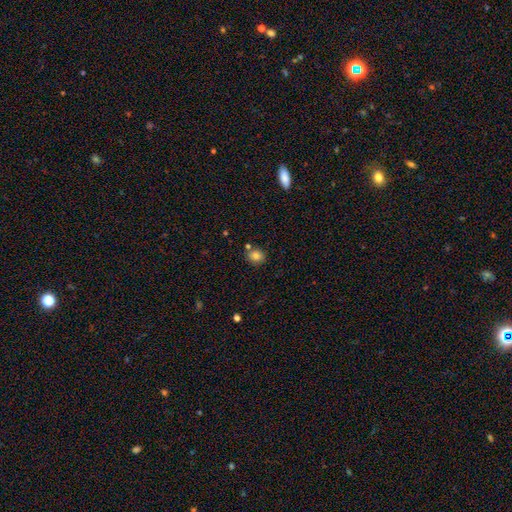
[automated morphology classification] Smooth or featured? Predicted: smooth (p=0.82). How rounded? Predicted: round (p=0.75). Merging? Predicted: none (p=0.76).